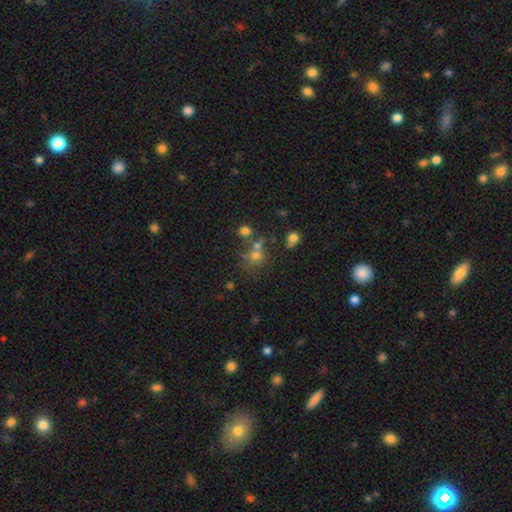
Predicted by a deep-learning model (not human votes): A smooth galaxy with no disk features (65%) that is round (83%). Merging: none (54%).